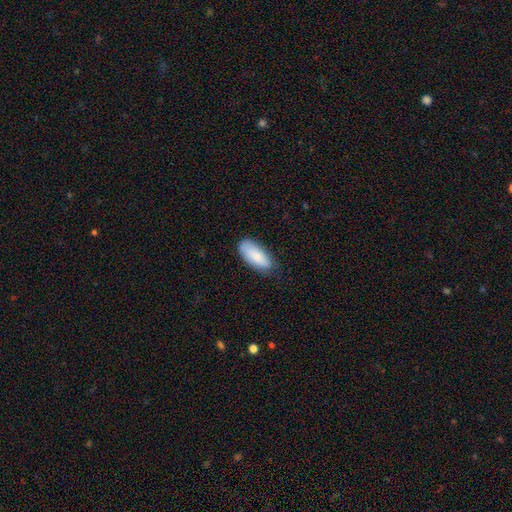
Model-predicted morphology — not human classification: Smooth or featured? Predicted: smooth (p=0.83). How rounded? Predicted: in between (p=0.86). Merging? Predicted: none (p=0.75).